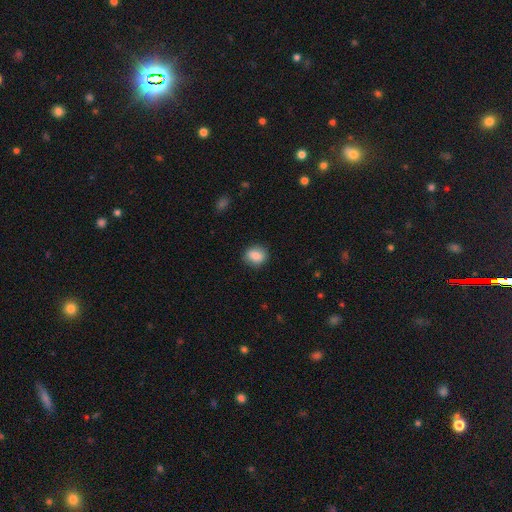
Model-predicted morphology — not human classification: A smooth galaxy with no disk features (85%) that is round (58%).

Vote fractions:
- Smooth or featured? smooth: 85% / star or artifact: 8% / featured or disk: 7%
- How rounded? round: 58% / in between: 41% / cigar-shaped: 1%
- Merging? none: 84% / minor disturbance: 12% / major disturbance: 3% / merger: 1%